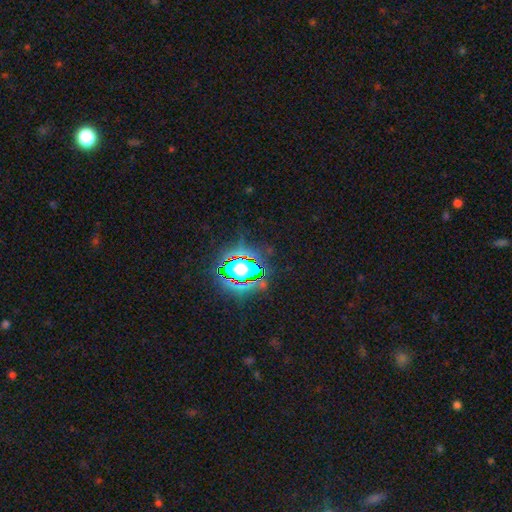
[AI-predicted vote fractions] Smooth or featured? star or artifact (82%)